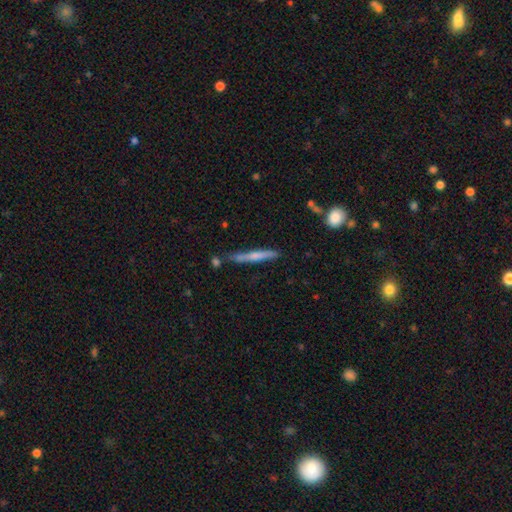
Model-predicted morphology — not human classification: Smooth or featured?
  - smooth: 52% *
  - featured or disk: 42%
  - star or artifact: 6%
How rounded?
  - cigar-shaped: 95% *
  - in between: 3%
  - round: 2%
Merging?
  - none: 76% *
  - minor disturbance: 15%
  - merger: 6%
  - major disturbance: 3%